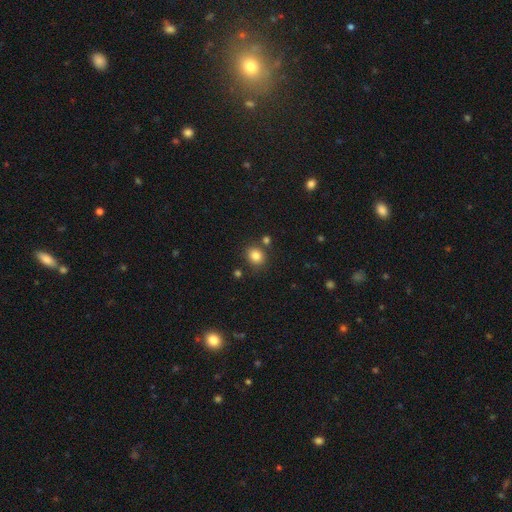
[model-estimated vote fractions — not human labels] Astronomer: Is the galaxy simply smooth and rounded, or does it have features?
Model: smooth — 83%.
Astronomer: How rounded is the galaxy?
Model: round — 75%.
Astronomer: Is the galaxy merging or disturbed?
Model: none — 79%.